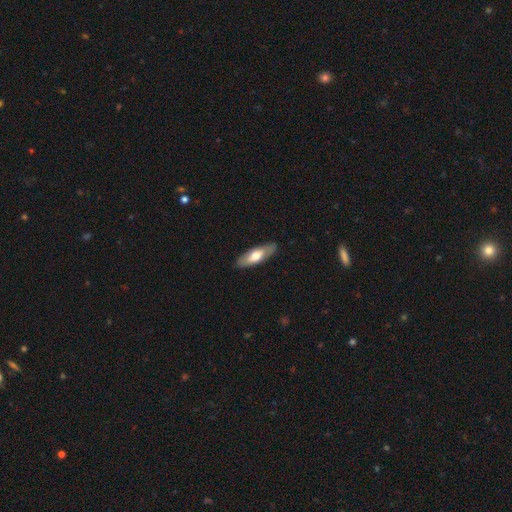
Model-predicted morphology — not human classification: Smooth or featured?
  - smooth: 56% *
  - featured or disk: 39%
  - star or artifact: 5%
How rounded?
  - in between: 58% *
  - cigar-shaped: 40%
  - round: 2%
Merging?
  - none: 86% *
  - minor disturbance: 11%
  - major disturbance: 2%
  - merger: 1%